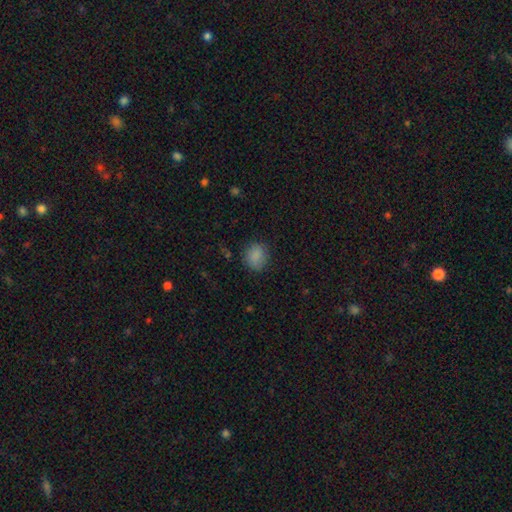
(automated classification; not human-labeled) A smooth galaxy with no disk features (86%) that is round (69%).

Vote fractions:
- Smooth or featured? smooth: 86% / star or artifact: 9% / featured or disk: 5%
- How rounded? round: 69% / in between: 30% / cigar-shaped: 1%
- Merging? none: 81% / minor disturbance: 14% / major disturbance: 4% / merger: 1%